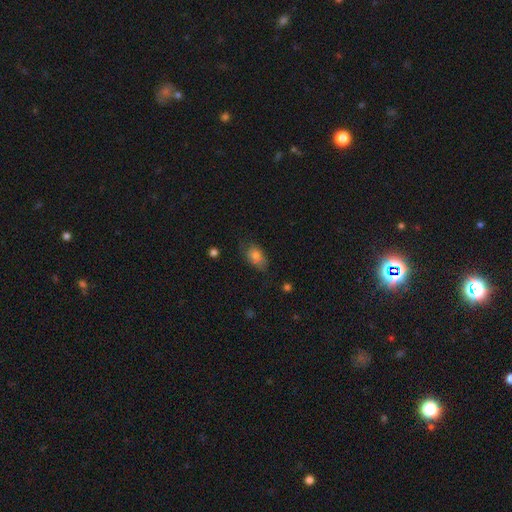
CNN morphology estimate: This appears to be a smooth galaxy with no disk features (76%) that is in between round and cigar-shaped (83%). Merging: none (58%).